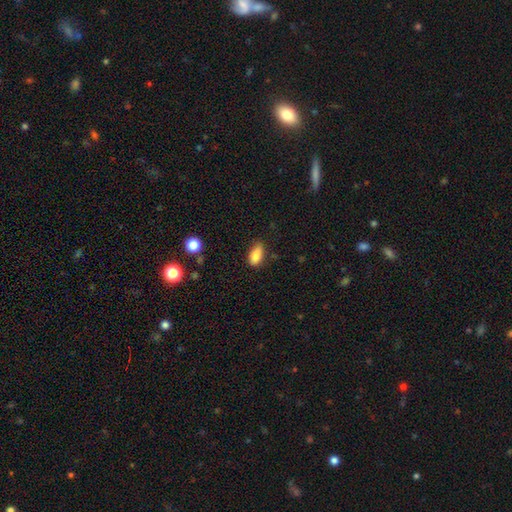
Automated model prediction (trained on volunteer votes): Smooth or featured? smooth (86%)
How rounded? in between (88%)
Merging? none (66%)